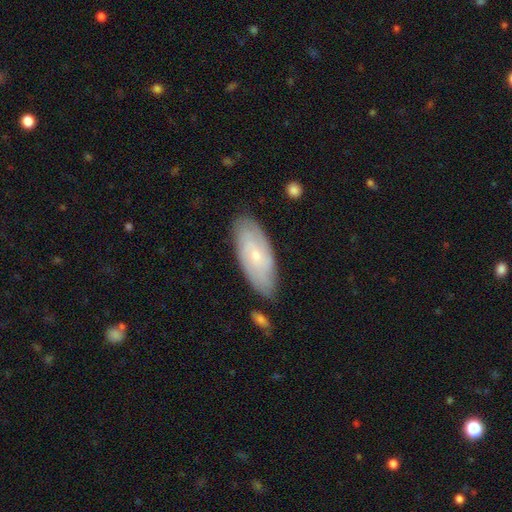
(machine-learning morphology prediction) type=featured or disk (55%); edge-on=no (88%); merging=none (80%).